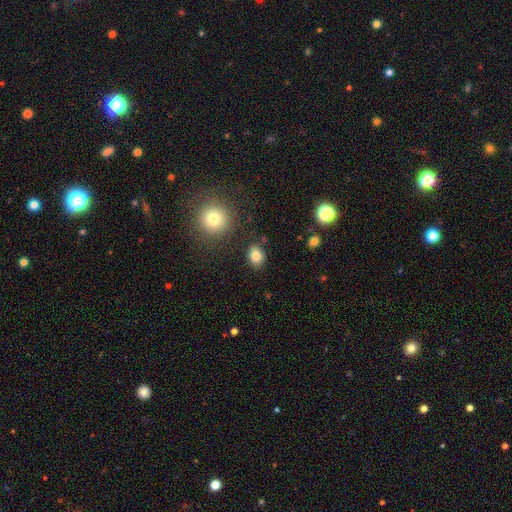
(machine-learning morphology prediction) This appears to be a smooth galaxy with no disk features (82%) that is in between round and cigar-shaped (58%). Merging: none (85%).